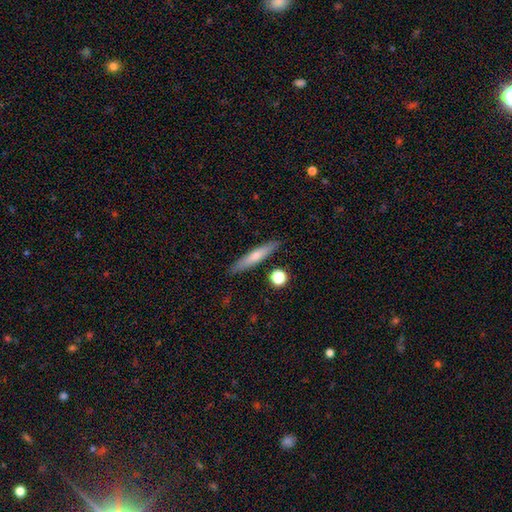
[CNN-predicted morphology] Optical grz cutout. It shows a smooth galaxy with no disk features (57%) that is cigar-shaped (90%). Merging: none (88%).